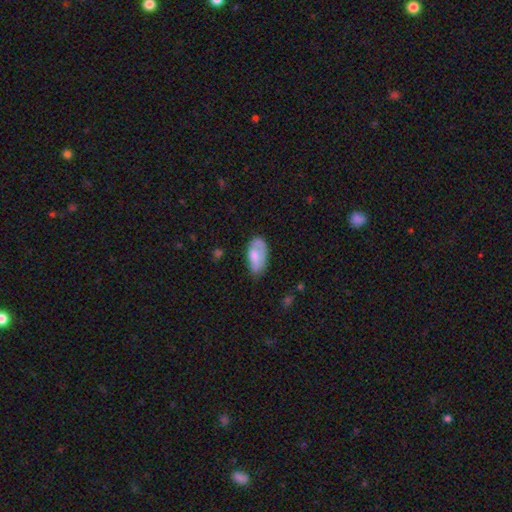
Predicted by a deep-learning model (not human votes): smooth-or-featured: smooth: 67% | featured or disk: 26% | star or artifact: 7%
  how-rounded: in between: 92% | cigar-shaped: 5% | round: 3%
  merging: none: 53% | minor disturbance: 32% | major disturbance: 12% | merger: 3%